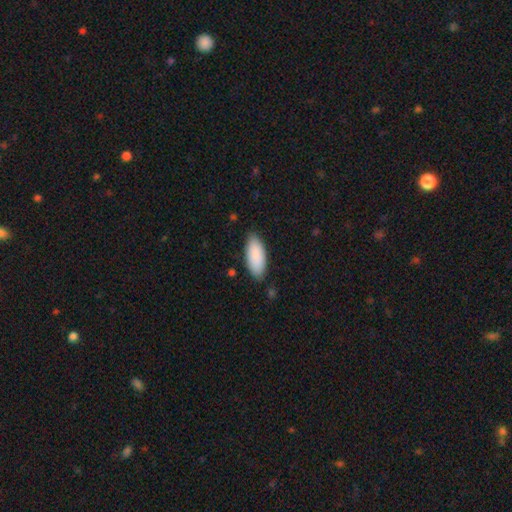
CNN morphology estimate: smooth-or-featured: smooth: 89% | featured or disk: 6% | star or artifact: 5%
  how-rounded: in between: 85% | cigar-shaped: 14% | round: 1%
  merging: none: 83% | minor disturbance: 14% | major disturbance: 2% | merger: 1%